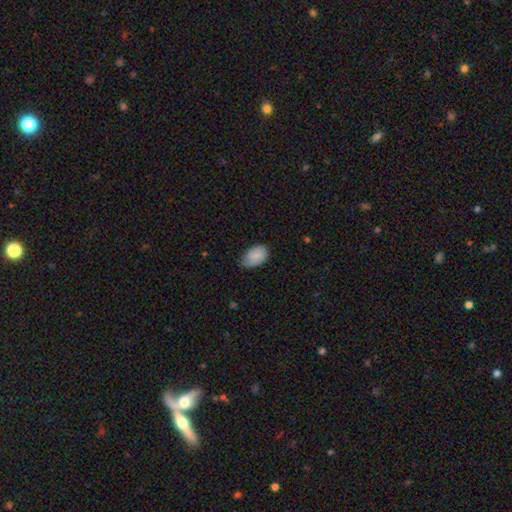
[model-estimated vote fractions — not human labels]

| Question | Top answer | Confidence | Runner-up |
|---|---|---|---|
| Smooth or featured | smooth | 80% | featured or disk (13%) |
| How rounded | in between | 89% | round (10%) |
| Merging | none | 54% | minor disturbance (38%) |